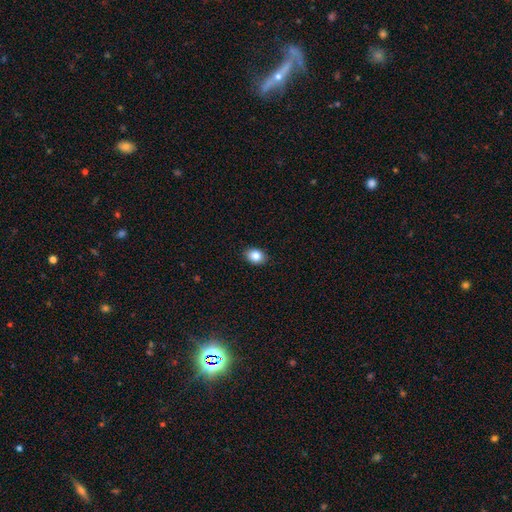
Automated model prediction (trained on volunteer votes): Morphology: type=smooth (85%); roundness=in between (67%); merging=none (89%).